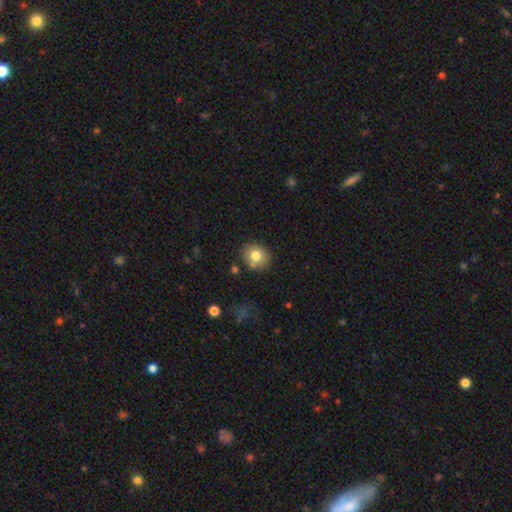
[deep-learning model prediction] smooth-or-featured: smooth: 77% | featured or disk: 13% | star or artifact: 10%
  how-rounded: round: 77% | in between: 23% | cigar-shaped: 1%
  merging: none: 78% | minor disturbance: 13% | merger: 6% | major disturbance: 3%